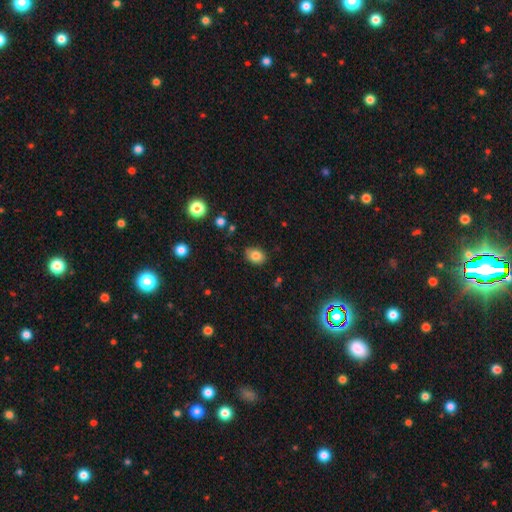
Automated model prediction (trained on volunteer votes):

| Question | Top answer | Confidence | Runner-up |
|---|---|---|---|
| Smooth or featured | smooth | 82% | star or artifact (10%) |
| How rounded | in between | 68% | round (31%) |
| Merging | none | 85% | minor disturbance (11%) |